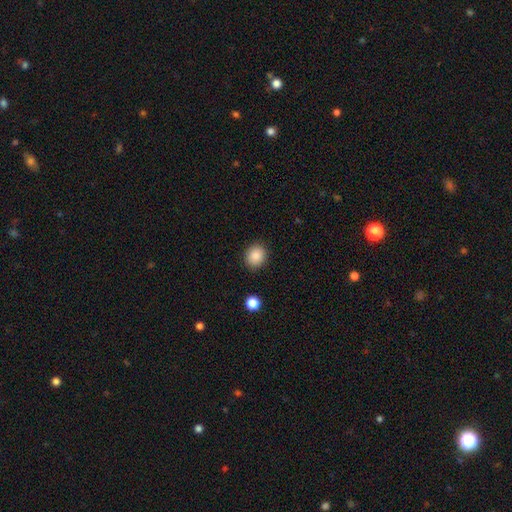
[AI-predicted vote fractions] smooth-or-featured: smooth: 87% | star or artifact: 9% | featured or disk: 5%
  how-rounded: round: 70% | in between: 29% | cigar-shaped: 1%
  merging: none: 88% | minor disturbance: 8% | major disturbance: 2% | merger: 2%